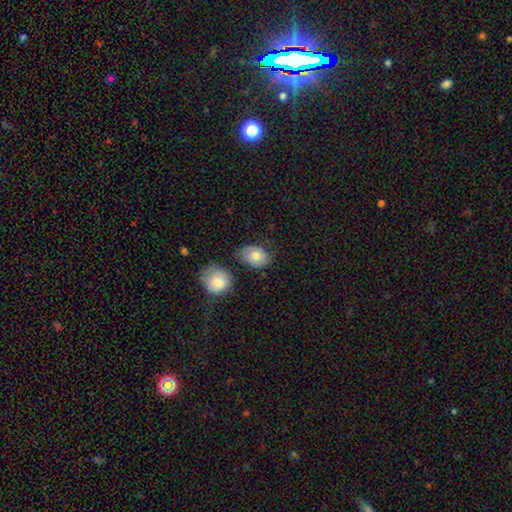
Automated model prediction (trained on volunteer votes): smooth 74%, featured or disk 19%, star or artifact 7%. Down the decision tree: how rounded — in between (73%); merging — none (59%).